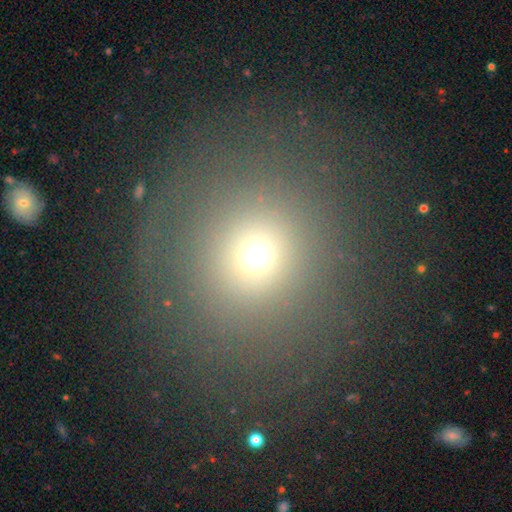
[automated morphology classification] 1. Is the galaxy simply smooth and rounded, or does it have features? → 65% smooth, 23% star or artifact, 13% featured or disk.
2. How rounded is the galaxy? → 90% round, 9% in between, 1% cigar-shaped.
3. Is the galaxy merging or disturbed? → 81% none, 9% minor disturbance, 8% major disturbance, 2% merger.